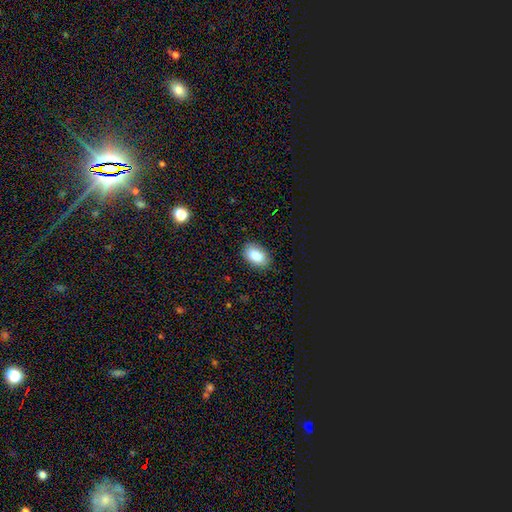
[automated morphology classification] smooth 85%, star or artifact 7%, featured or disk 7%. Down the decision tree: how rounded — in between (90%); merging — none (86%).